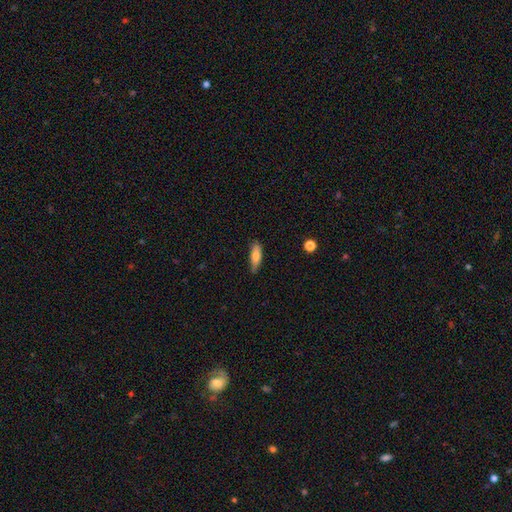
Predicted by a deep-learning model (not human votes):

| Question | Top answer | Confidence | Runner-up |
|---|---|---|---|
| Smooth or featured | smooth | 76% | featured or disk (17%) |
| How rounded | in between | 54% | cigar-shaped (44%) |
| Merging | none | 73% | minor disturbance (22%) |